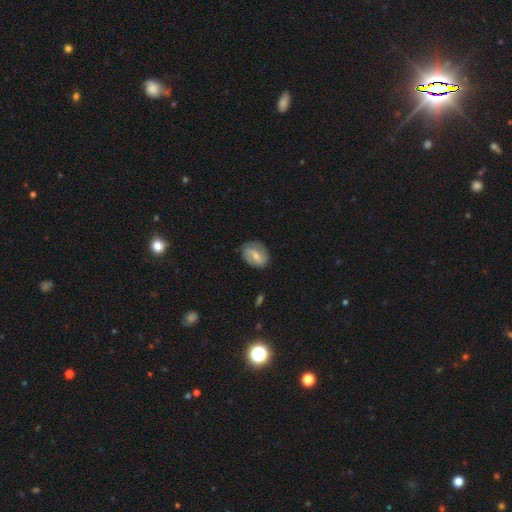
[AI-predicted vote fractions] This is possibly a featured or disk galaxy (52%). It is clearly not viewed edge-on (95%). Merging: likely none (72%).